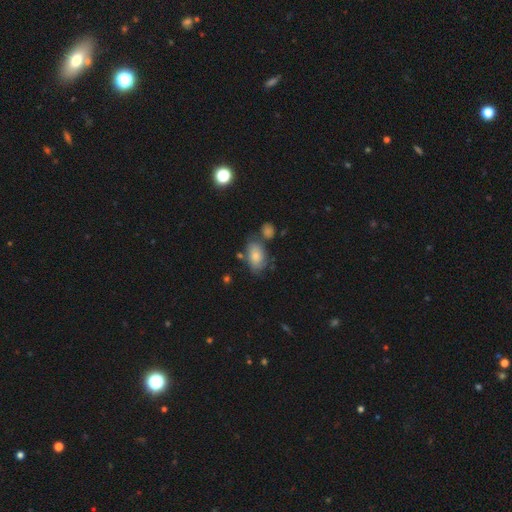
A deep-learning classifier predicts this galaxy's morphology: A smooth galaxy with no disk features (68%) that is in between round and cigar-shaped (88%).

Vote fractions:
- Smooth or featured? smooth: 68% / featured or disk: 24% / star or artifact: 8%
- How rounded? in between: 88% / round: 10% / cigar-shaped: 2%
- Merging? none: 53% / minor disturbance: 24% / merger: 14% / major disturbance: 9%